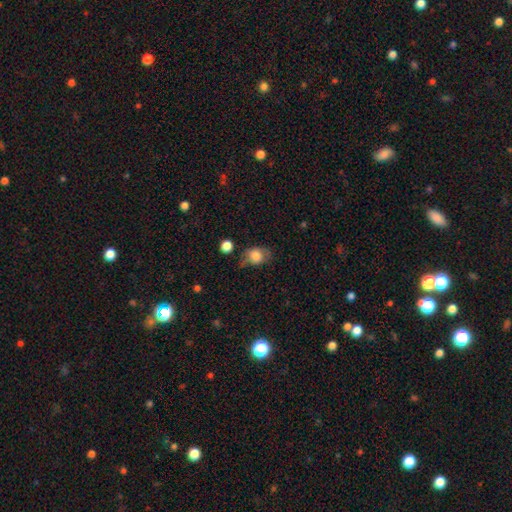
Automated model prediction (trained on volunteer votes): A smooth galaxy with no disk features (75%) that is in between round and cigar-shaped (55%).

Vote fractions:
- Smooth or featured? smooth: 75% / featured or disk: 16% / star or artifact: 9%
- How rounded? in between: 55% / round: 43% / cigar-shaped: 1%
- Merging? none: 47% / minor disturbance: 32% / major disturbance: 15% / merger: 5%